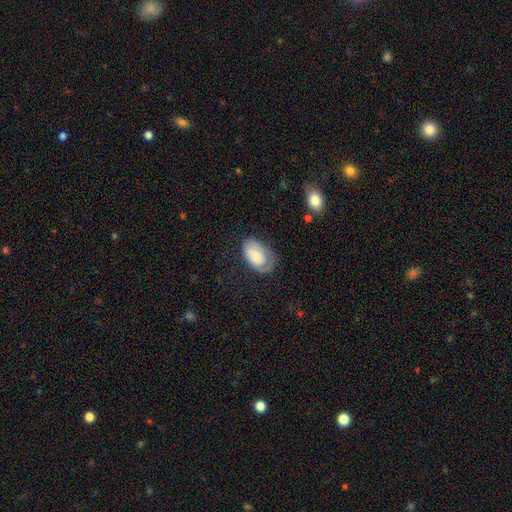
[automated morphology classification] The model was most divided on "smooth or featured": smooth: 52%, featured or disk: 41%, star or artifact: 6%. More confident: how rounded — in between (90%); merging — none (55%).